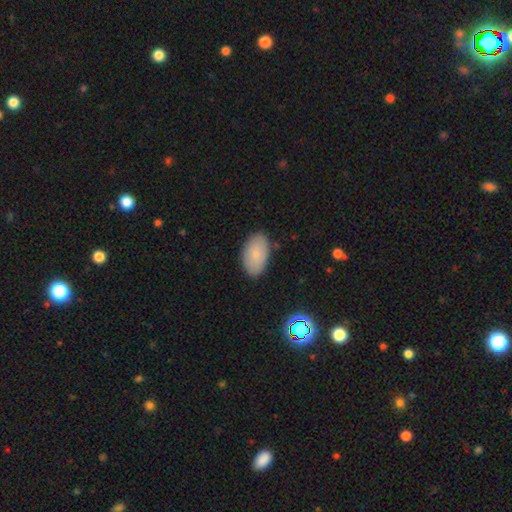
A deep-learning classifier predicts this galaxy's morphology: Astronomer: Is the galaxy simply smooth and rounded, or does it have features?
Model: smooth — 78%.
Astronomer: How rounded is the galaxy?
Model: in between — 94%.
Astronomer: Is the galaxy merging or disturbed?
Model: none — 85%.